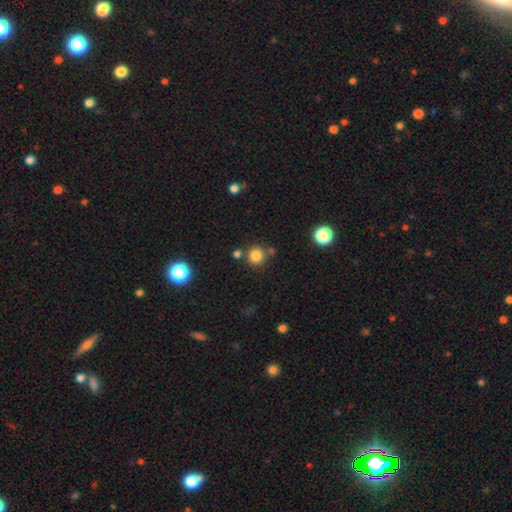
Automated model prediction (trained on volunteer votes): smooth_or_featured: smooth (p=0.82) [alt: star or artifact p=0.13]
how_rounded: round (p=0.93) [alt: in between p=0.06]
merging: none (p=0.78) [alt: merger p=0.11]